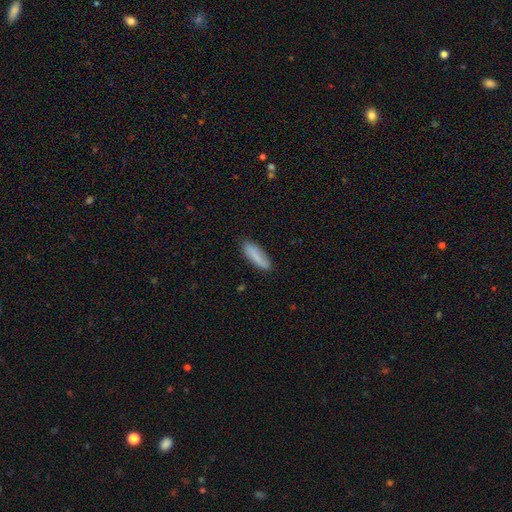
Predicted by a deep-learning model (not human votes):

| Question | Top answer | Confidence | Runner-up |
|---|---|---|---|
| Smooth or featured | smooth | 82% | featured or disk (11%) |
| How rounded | cigar-shaped | 56% | in between (43%) |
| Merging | none | 80% | minor disturbance (15%) |